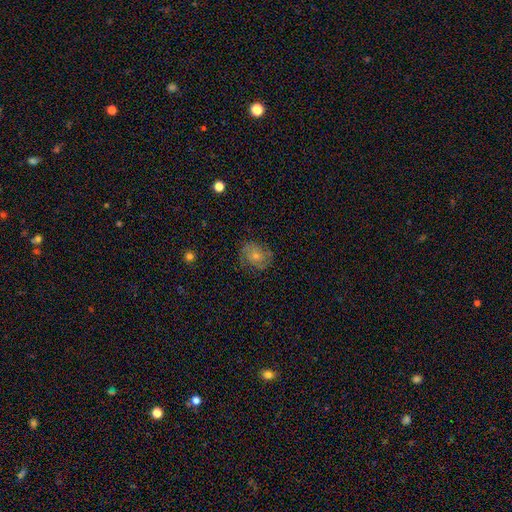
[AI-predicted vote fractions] Q: Smooth or featured?
A: featured or disk (57%); runner-up: smooth (28%)
Q: Edge-on disk?
A: no (97%); runner-up: yes (3%)
Q: Bar?
A: no (79%); runner-up: weak (18%)
Q: Spiral arms?
A: yes (86%); runner-up: no (14%)
Q: Bulge size?
A: moderate (47%); tied with: small (47%)
Q: Merging?
A: none (79%); runner-up: minor disturbance (15%)